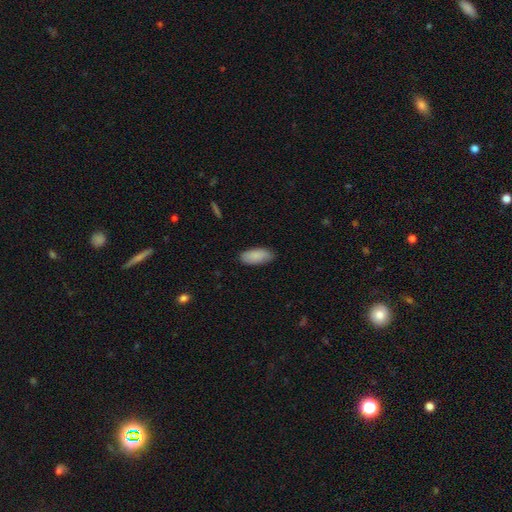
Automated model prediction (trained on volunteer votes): Smooth or featured? Predicted: smooth (p=0.89). How rounded? Predicted: in between (p=0.89). Merging? Predicted: none (p=0.85).